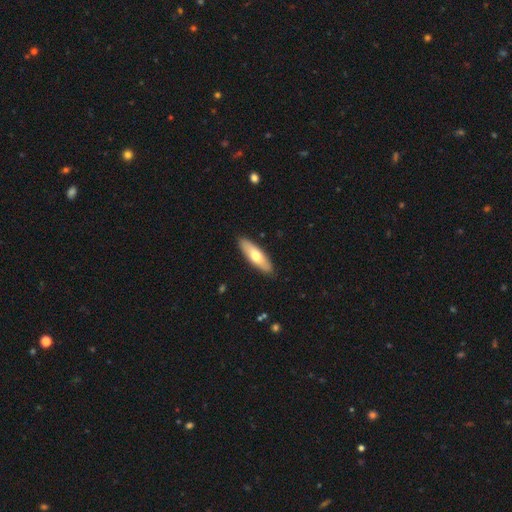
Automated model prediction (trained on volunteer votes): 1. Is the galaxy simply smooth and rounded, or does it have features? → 65% smooth, 30% featured or disk, 5% star or artifact.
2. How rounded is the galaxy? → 50% cigar-shaped, 48% in between, 2% round.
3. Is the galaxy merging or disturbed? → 89% none, 8% minor disturbance, 2% major disturbance, 1% merger.